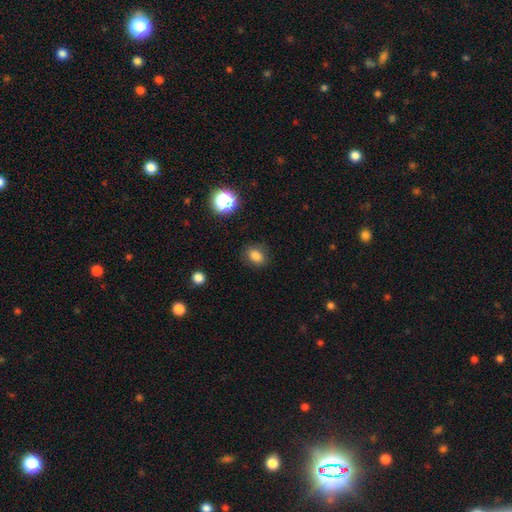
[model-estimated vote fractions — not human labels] Overall: smooth (82%). How rounded: in between (63%; round 36%). Merging: none (84%).